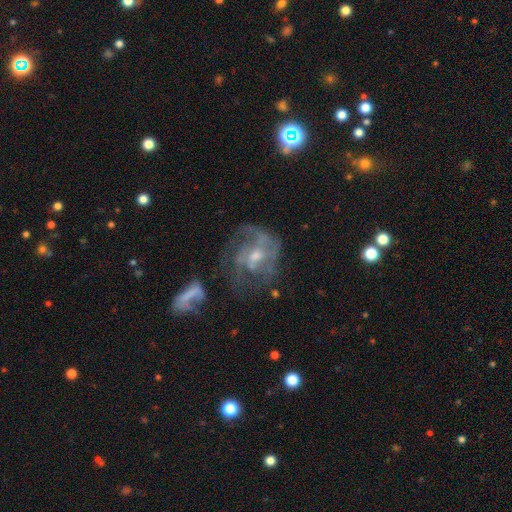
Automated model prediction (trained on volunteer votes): Smooth or featured: featured or disk — 73% (smooth — 17%)
Edge-on disk: no — 97% (yes — 3%)
Bar: no — 59% (weak — 34%)
Spiral arms: yes — 65% (no — 35%)
Bulge size: moderate — 48% (small — 40%)
Merging: none — 41% (major disturbance — 32%)